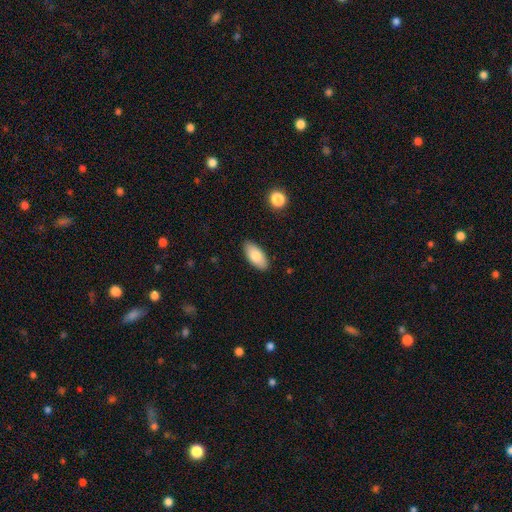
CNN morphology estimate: A smooth galaxy with no disk features (82%) that is in between round and cigar-shaped (91%).

Vote fractions:
- Smooth or featured? smooth: 82% / featured or disk: 11% / star or artifact: 6%
- How rounded? in between: 91% / cigar-shaped: 6% / round: 2%
- Merging? none: 87% / minor disturbance: 10% / major disturbance: 2% / merger: 1%